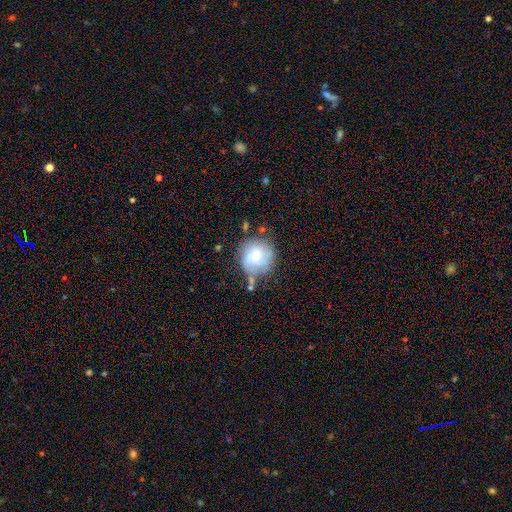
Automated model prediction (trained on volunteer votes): smooth-or-featured: smooth: 56% | featured or disk: 34% | star or artifact: 9%
  how-rounded: round: 92% | in between: 7% | cigar-shaped: 1%
  merging: none: 59% | minor disturbance: 23% | major disturbance: 9% | merger: 8%